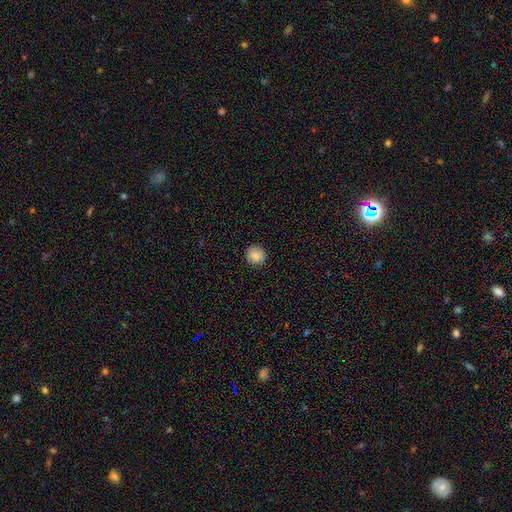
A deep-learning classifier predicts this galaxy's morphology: This is clearly a smooth galaxy (83%). How rounded: clearly round (92%). Merging: clearly none (90%).